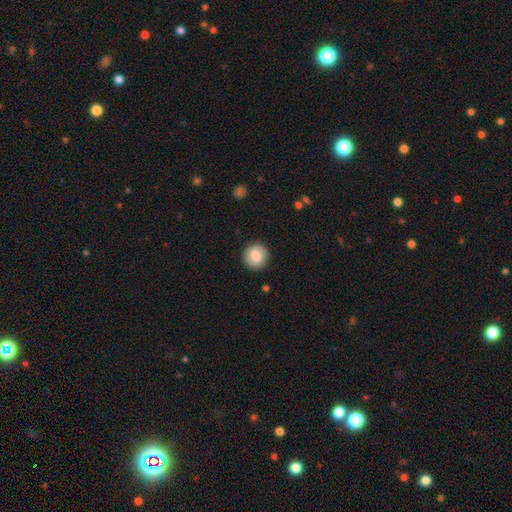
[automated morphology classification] This is clearly a smooth galaxy (81%). How rounded: clearly round (93%). Merging: clearly none (91%).